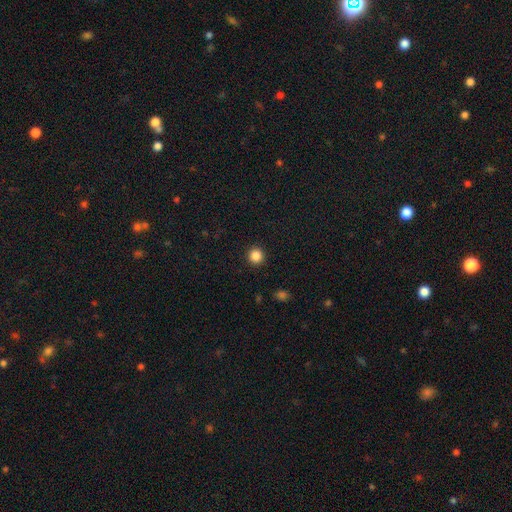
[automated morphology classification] A smooth galaxy with no disk features (86%) that is round (95%).

Vote fractions:
- Smooth or featured? smooth: 86% / star or artifact: 11% / featured or disk: 3%
- How rounded? round: 95% / in between: 4% / cigar-shaped: 1%
- Merging? none: 93% / minor disturbance: 4% / major disturbance: 2% / merger: 1%